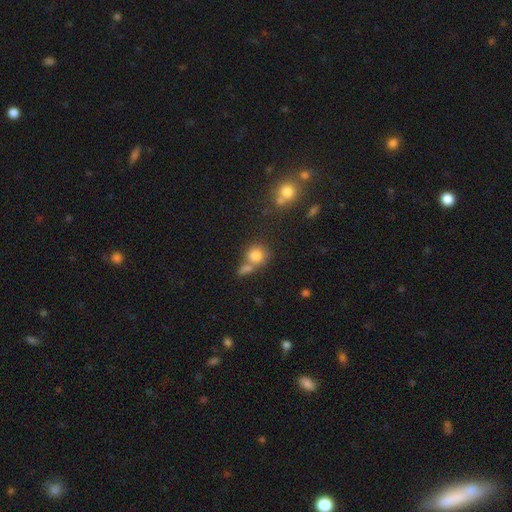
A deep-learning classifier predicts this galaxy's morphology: type=smooth (80%); roundness=round (81%); merging=none (45%).